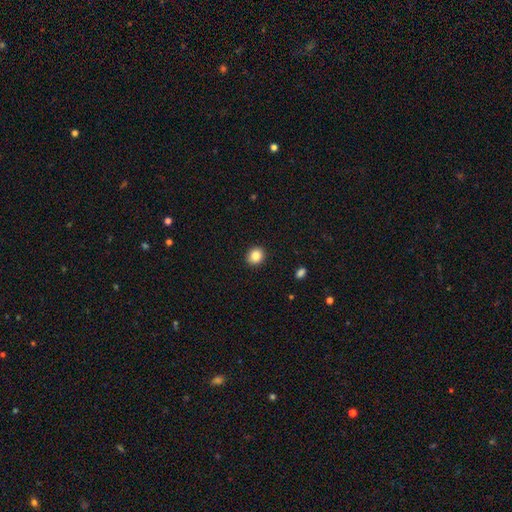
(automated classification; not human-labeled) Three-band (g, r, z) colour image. It shows a smooth galaxy with no disk features (85%) that is round (79%). Merging: none (92%).